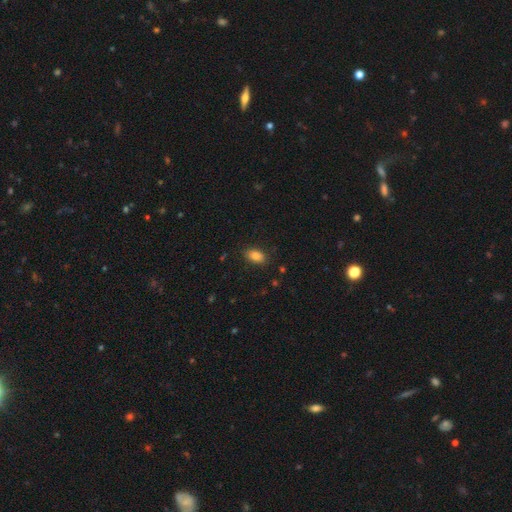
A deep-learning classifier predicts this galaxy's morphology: The model was most divided on "merging": none: 87%, minor disturbance: 10%, major disturbance: 3%, merger: 1%. More confident: how rounded — in between (90%); smooth or featured — smooth (86%).